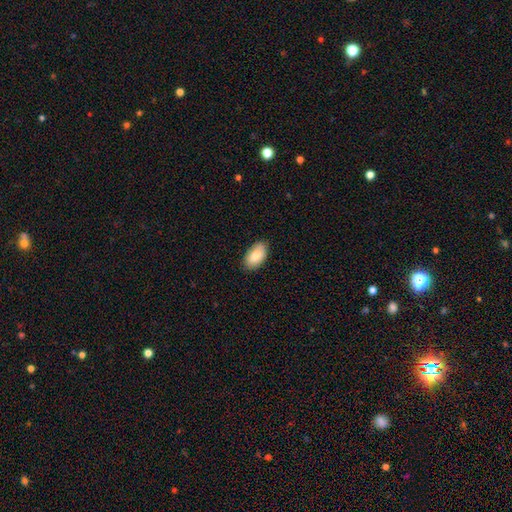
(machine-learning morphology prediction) Smooth or featured? smooth (84%)
How rounded? in between (95%)
Merging? none (84%)